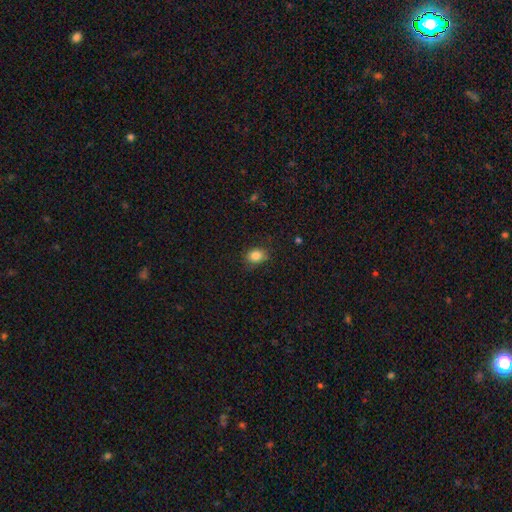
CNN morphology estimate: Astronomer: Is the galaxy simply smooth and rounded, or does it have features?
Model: smooth — 85%.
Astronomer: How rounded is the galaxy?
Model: in between — 58% (runner-up: round, 41%).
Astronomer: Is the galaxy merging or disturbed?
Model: none — 79%.